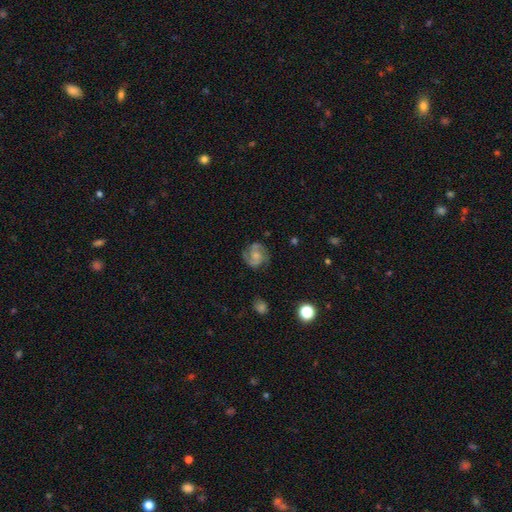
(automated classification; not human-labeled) smooth_or_featured: featured or disk (p=0.76) [alt: smooth p=0.16]
disk_edge_on: no (p=0.98) [alt: yes p=0.02]
bar: no (p=0.60) [alt: weak p=0.33]
has_spiral_arms: yes (p=0.95) [alt: no p=0.05]
spiral_winding: medium (p=0.50) [alt: tight p=0.36]
spiral_arm_count: 2 (p=0.59) [alt: 3 p=0.23]
bulge_size: small (p=0.48) [alt: moderate p=0.36]
merging: none (p=0.75) [alt: minor disturbance p=0.16]